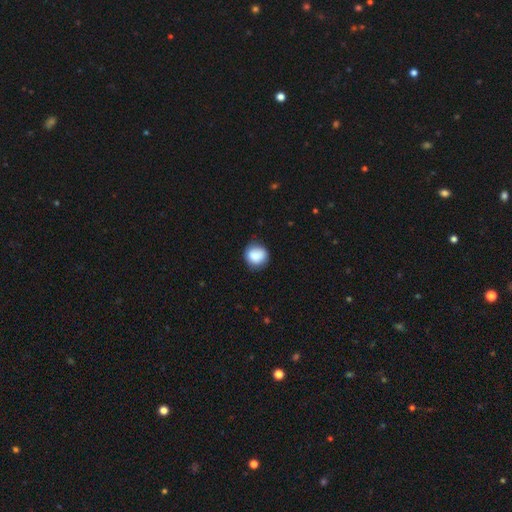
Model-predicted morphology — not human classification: The model was most divided on "merging": none: 79%, minor disturbance: 16%, major disturbance: 3%, merger: 1%. More confident: how rounded — round (88%); smooth or featured — smooth (85%).